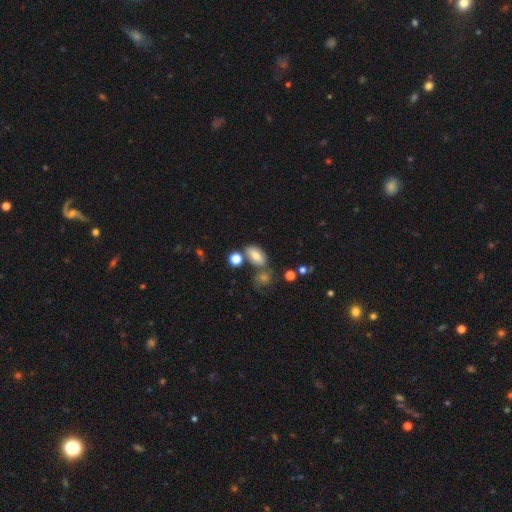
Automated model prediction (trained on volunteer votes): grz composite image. It shows a smooth galaxy with no disk features (71%) that is in between round and cigar-shaped (87%). Merging: none (62%).